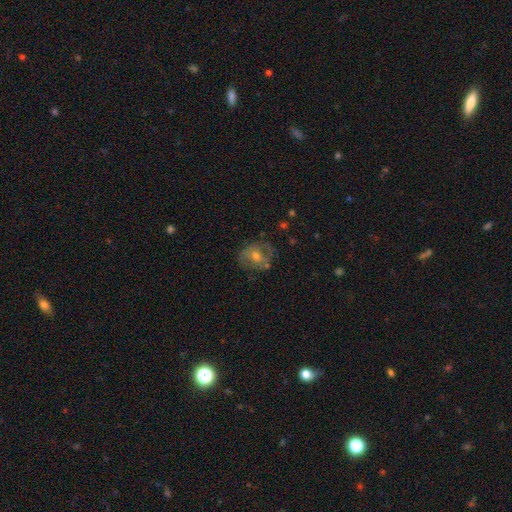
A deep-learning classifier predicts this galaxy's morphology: smooth_or_featured: featured or disk (p=0.47) [alt: smooth p=0.44]
merging: none (p=0.61) [alt: minor disturbance p=0.23]